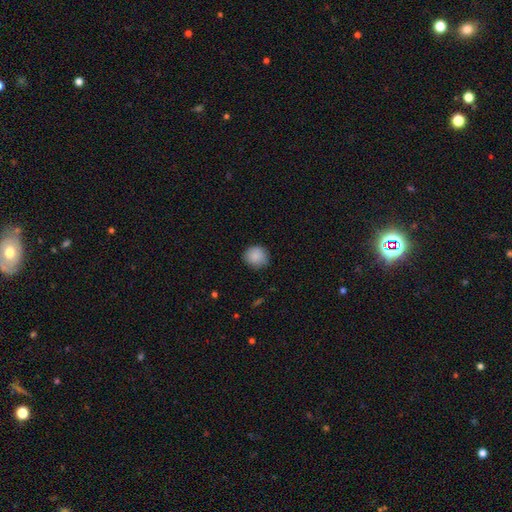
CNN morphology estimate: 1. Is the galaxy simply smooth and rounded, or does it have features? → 87% smooth, 8% star or artifact, 5% featured or disk.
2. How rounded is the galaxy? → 88% round, 12% in between, 1% cigar-shaped.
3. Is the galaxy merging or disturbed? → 81% none, 16% minor disturbance, 3% major disturbance, 1% merger.